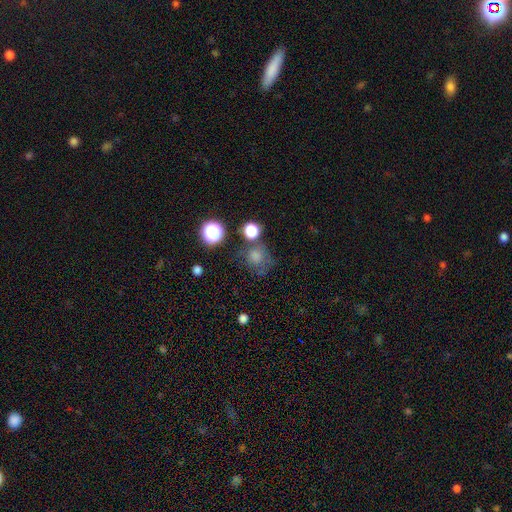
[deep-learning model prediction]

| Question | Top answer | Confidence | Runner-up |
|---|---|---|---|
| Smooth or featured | smooth | 62% | star or artifact (24%) |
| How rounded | round | 86% | in between (13%) |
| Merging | none | 63% | minor disturbance (16%) |